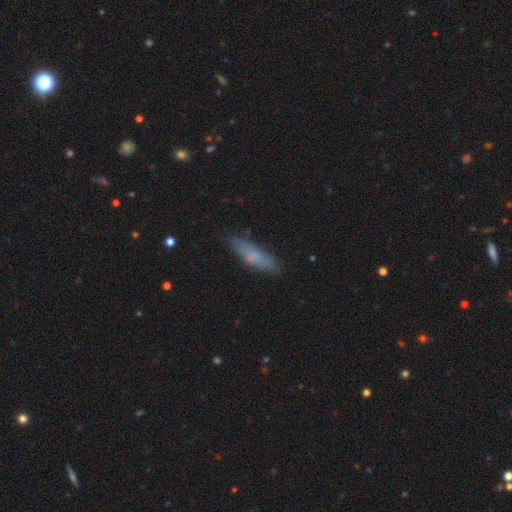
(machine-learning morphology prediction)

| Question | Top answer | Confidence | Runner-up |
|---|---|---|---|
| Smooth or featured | smooth | 69% | featured or disk (22%) |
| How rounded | cigar-shaped | 67% | in between (31%) |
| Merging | none | 79% | minor disturbance (16%) |